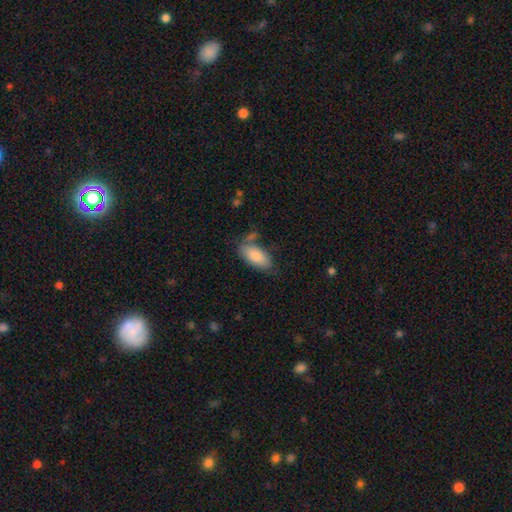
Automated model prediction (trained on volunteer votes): Q: Smooth or featured?
A: smooth (85%); runner-up: featured or disk (9%)
Q: How rounded?
A: in between (91%); runner-up: cigar-shaped (7%)
Q: Merging?
A: none (60%); runner-up: minor disturbance (24%)